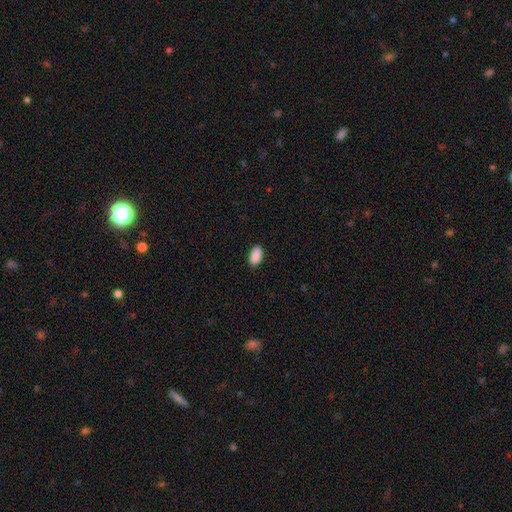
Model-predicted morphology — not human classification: This appears to be a smooth galaxy with no disk features (90%) that is in between round and cigar-shaped (94%). Merging: none (88%).